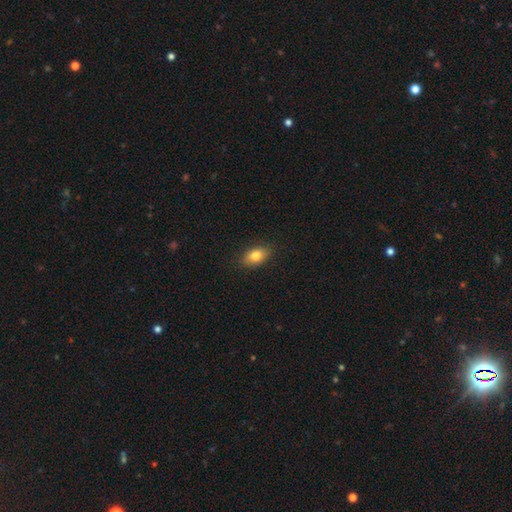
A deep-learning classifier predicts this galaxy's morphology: A smooth galaxy with no disk features (81%) that is in between round and cigar-shaped (86%). Merging: none (87%).